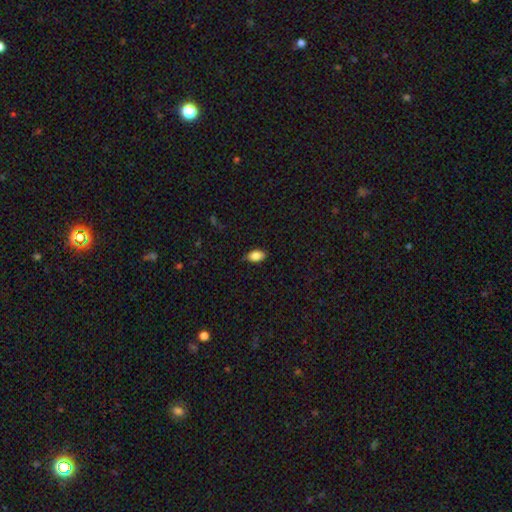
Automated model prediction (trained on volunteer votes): Smooth or featured?
  - smooth: 86% *
  - star or artifact: 8%
  - featured or disk: 6%
How rounded?
  - in between: 91% *
  - round: 7%
  - cigar-shaped: 2%
Merging?
  - none: 78% *
  - minor disturbance: 18%
  - major disturbance: 3%
  - merger: 1%